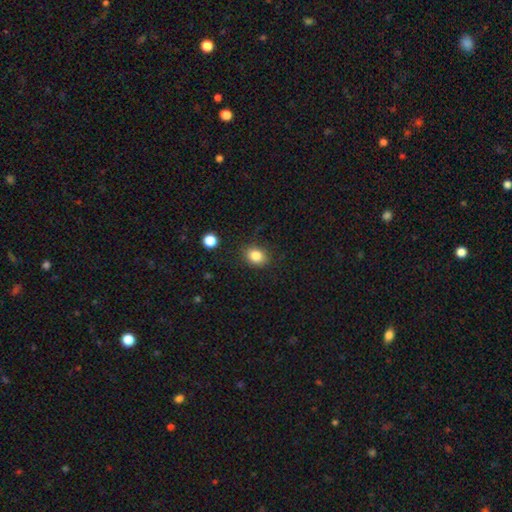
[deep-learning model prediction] smooth_or_featured: smooth (p=0.84) [alt: star or artifact p=0.10]
how_rounded: in between (p=0.54) [alt: round p=0.45]
merging: none (p=0.83) [alt: minor disturbance p=0.12]